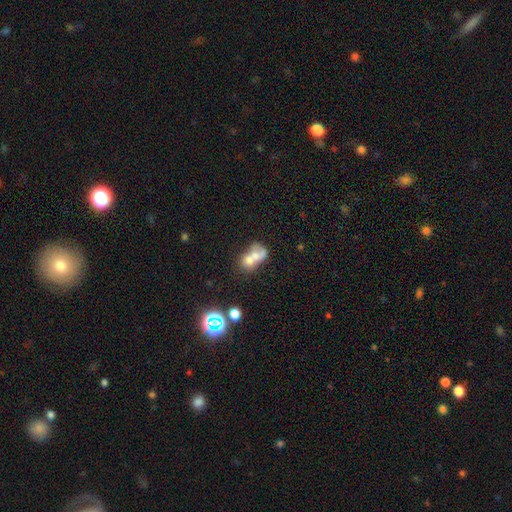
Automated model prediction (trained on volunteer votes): This appears to be a smooth galaxy with no disk features (56%) that is in between round and cigar-shaped (55%). Merging: merger (72%).